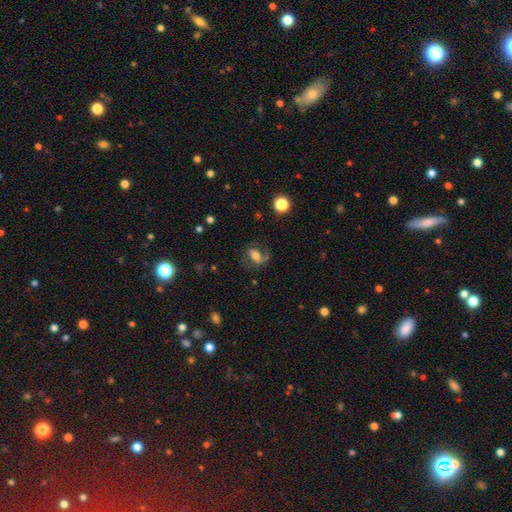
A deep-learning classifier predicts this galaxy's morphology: Smooth or featured? Predicted: featured or disk (p=0.56). Edge-on disk? Predicted: no (p=0.94). Bar? Predicted: weak (p=0.39). Spiral arms? Predicted: yes (p=0.84). Bulge size? Predicted: moderate (p=0.51). Merging? Predicted: none (p=0.62).